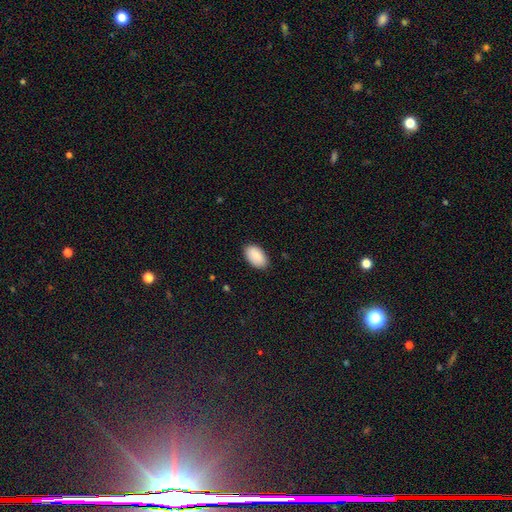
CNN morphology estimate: smooth-or-featured: smooth: 88% | star or artifact: 6% | featured or disk: 5%
  how-rounded: in between: 95% | round: 4% | cigar-shaped: 1%
  merging: none: 87% | minor disturbance: 10% | major disturbance: 2% | merger: 1%